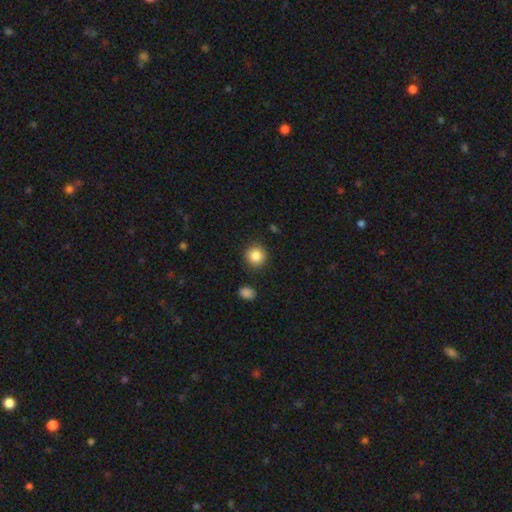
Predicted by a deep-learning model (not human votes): A smooth galaxy with no disk features (86%) that is round (93%). Merging: none (89%).